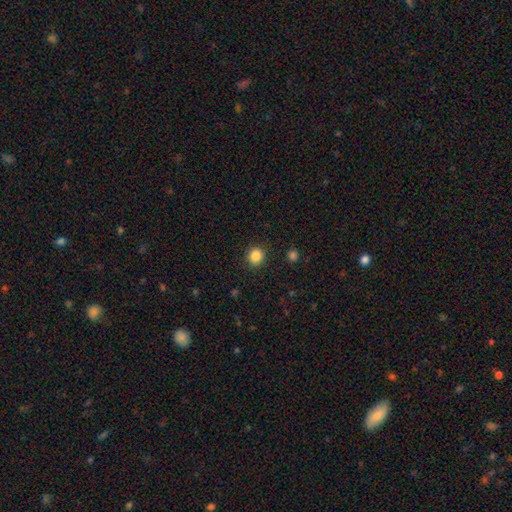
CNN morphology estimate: Smooth or featured? Predicted: smooth (p=0.85). How rounded? Predicted: round (p=0.89). Merging? Predicted: none (p=0.91).